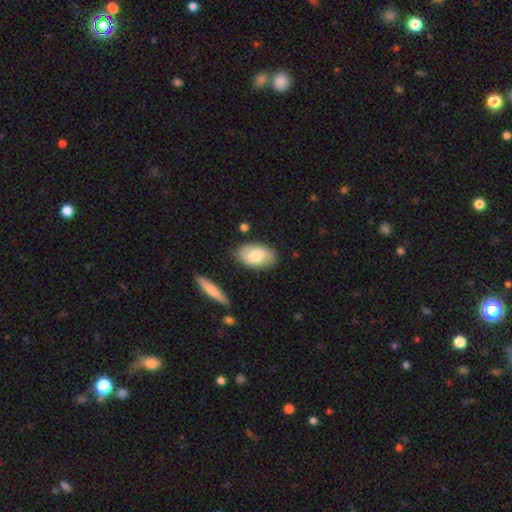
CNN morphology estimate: smooth 71%, featured or disk 23%, star or artifact 6%. Down the decision tree: how rounded — in between (93%); merging — none (81%).